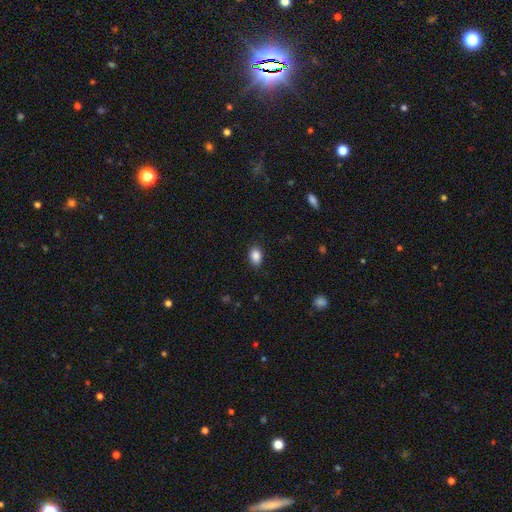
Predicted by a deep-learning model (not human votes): The model was most divided on "how rounded": in between: 79%, round: 19%, cigar-shaped: 1%. More confident: smooth or featured — smooth (87%); merging — none (86%).